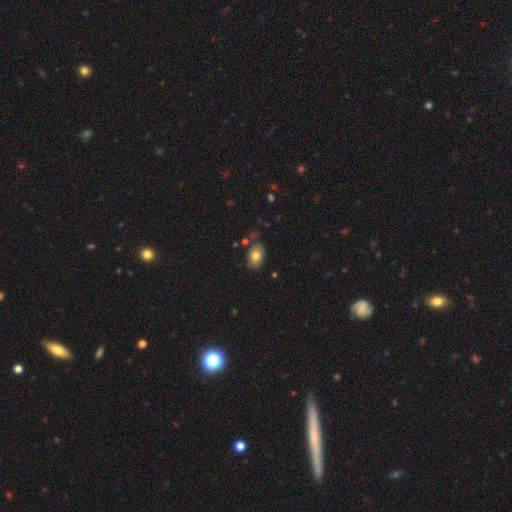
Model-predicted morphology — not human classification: smooth-or-featured: smooth: 76% | featured or disk: 16% | star or artifact: 9%
  how-rounded: in between: 83% | round: 15% | cigar-shaped: 1%
  merging: none: 73% | minor disturbance: 18% | merger: 5% | major disturbance: 4%